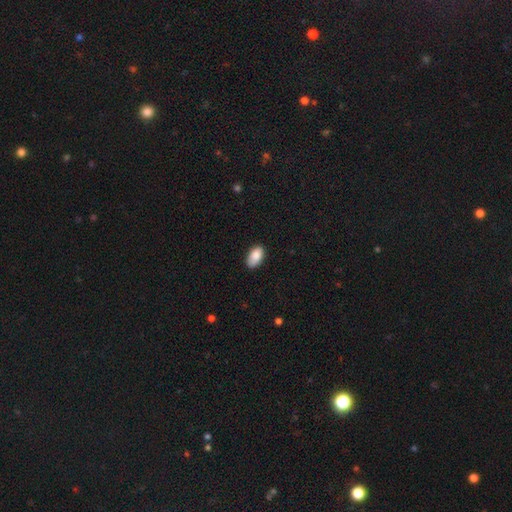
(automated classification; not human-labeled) Morphology: type=smooth (87%); roundness=in between (94%); merging=none (79%).